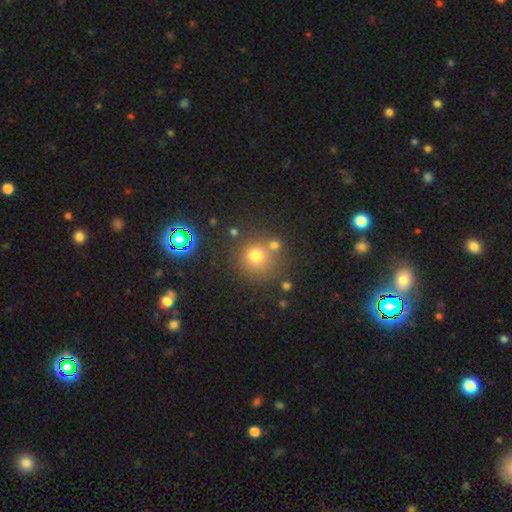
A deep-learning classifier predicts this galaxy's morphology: This is likely a smooth galaxy (70%). How rounded: clearly round (92%). Merging: likely none (71%).